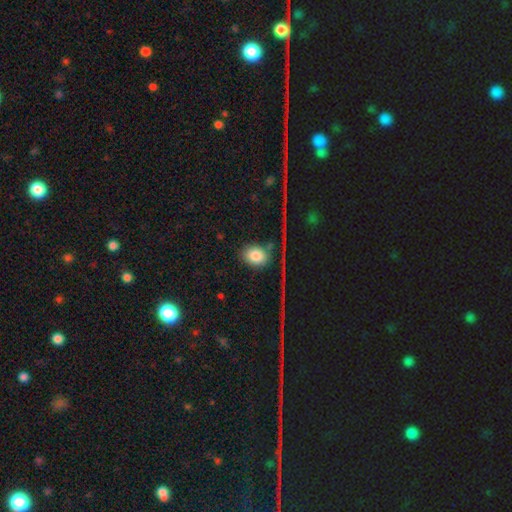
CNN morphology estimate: Smooth or featured?
  - smooth: 80% *
  - star or artifact: 12%
  - featured or disk: 8%
How rounded?
  - in between: 65% *
  - round: 33%
  - cigar-shaped: 1%
Merging?
  - none: 80% *
  - minor disturbance: 12%
  - major disturbance: 4%
  - merger: 3%